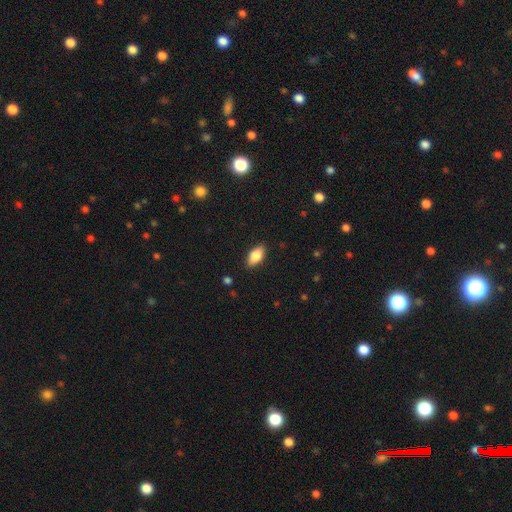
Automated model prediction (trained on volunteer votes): A smooth galaxy with no disk features (80%) that is in between round and cigar-shaped (89%). Merging: none (87%).